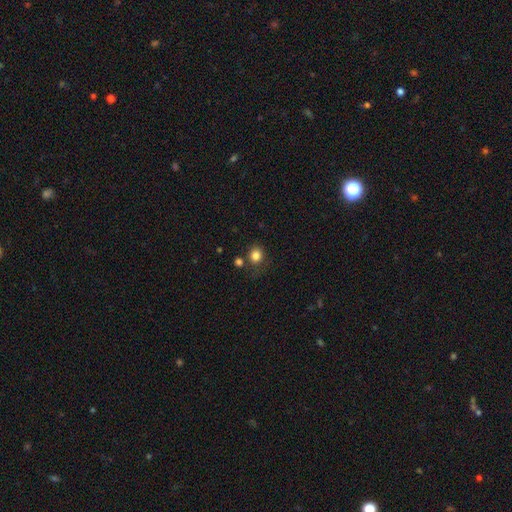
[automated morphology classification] type=smooth (83%); roundness=round (77%); merging=none (72%).